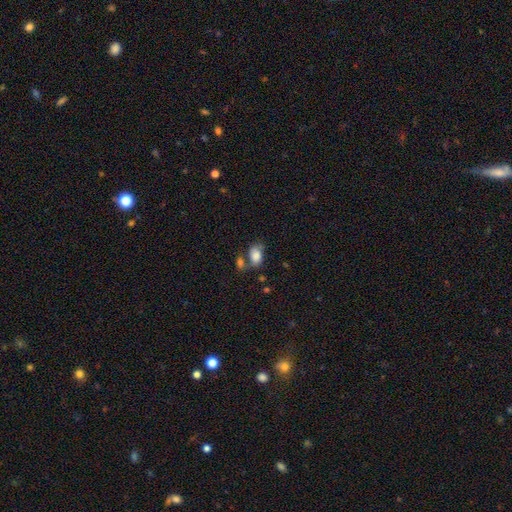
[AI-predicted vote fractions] A smooth galaxy with no disk features (75%) that is in between round and cigar-shaped (85%). Merging: none (42%).